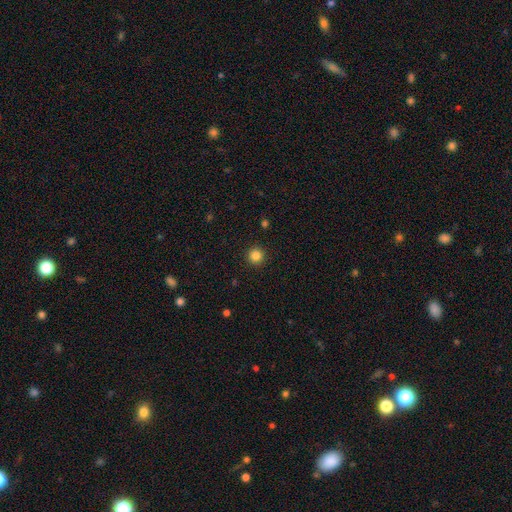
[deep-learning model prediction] smooth-or-featured: smooth: 84% | star or artifact: 12% | featured or disk: 4%
  how-rounded: round: 96% | in between: 3% | cigar-shaped: 1%
  merging: none: 93% | minor disturbance: 5% | major disturbance: 2% | merger: 1%